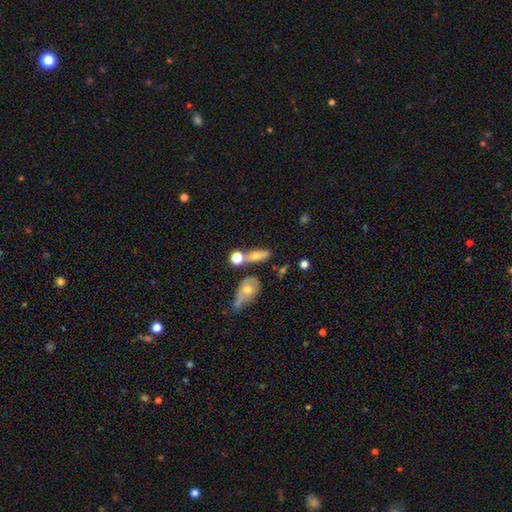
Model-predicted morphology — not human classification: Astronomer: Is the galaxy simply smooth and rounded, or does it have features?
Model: smooth — 58%.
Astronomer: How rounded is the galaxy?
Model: in between — 56%.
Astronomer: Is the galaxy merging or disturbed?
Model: none — 44% (runner-up: merger, 30%).